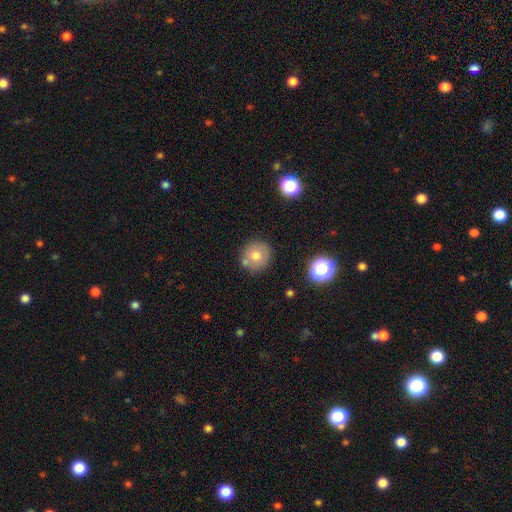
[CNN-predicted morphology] The model was most divided on "smooth or featured": smooth: 72%, featured or disk: 17%, star or artifact: 11%. More confident: how rounded — round (92%); merging — none (78%).